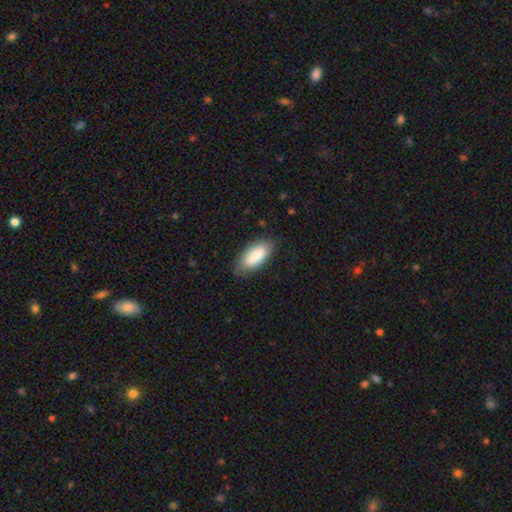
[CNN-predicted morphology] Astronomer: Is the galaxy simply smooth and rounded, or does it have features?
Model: smooth — 83%.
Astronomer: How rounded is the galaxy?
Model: in between — 89%.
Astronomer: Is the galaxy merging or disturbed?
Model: none — 78%.